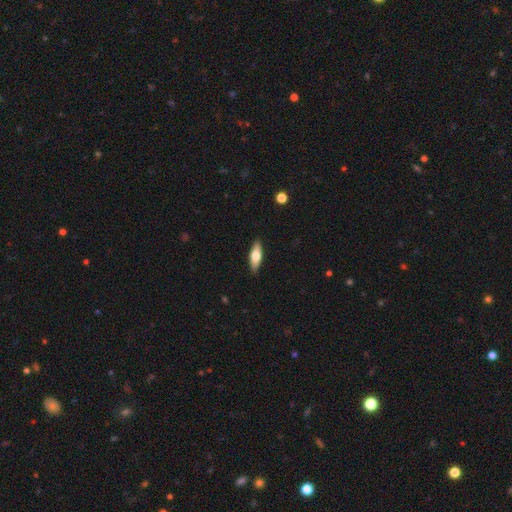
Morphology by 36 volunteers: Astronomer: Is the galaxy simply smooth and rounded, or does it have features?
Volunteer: smooth — 67%.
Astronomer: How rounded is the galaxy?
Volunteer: cigar-shaped — 50% (runner-up: in between, 46%).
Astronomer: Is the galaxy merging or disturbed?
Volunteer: none — 83%.